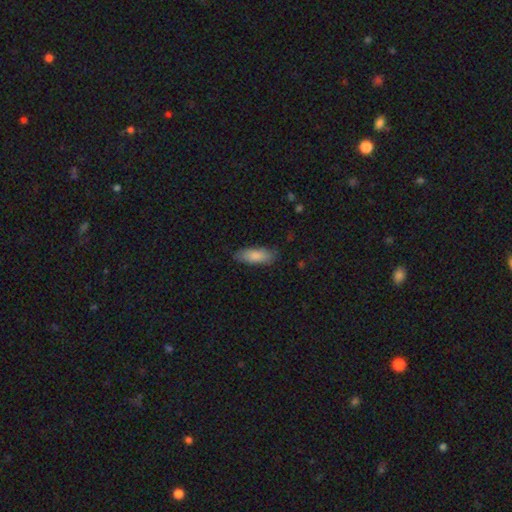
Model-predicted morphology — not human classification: Overall: smooth (84%). How rounded: in between (70%). Merging: none (79%).